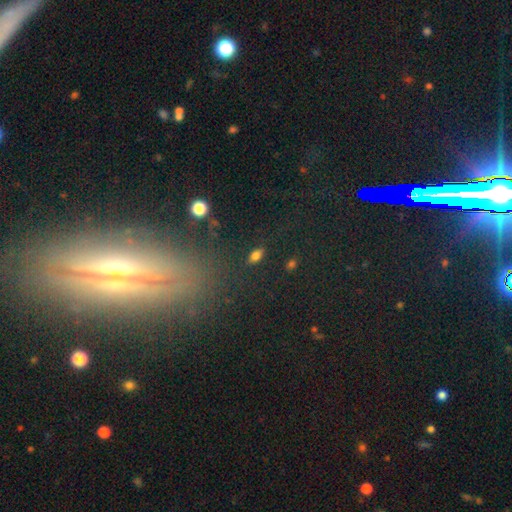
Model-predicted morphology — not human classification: Overall: smooth (75%). How rounded: in between (84%). Merging: none (85%).